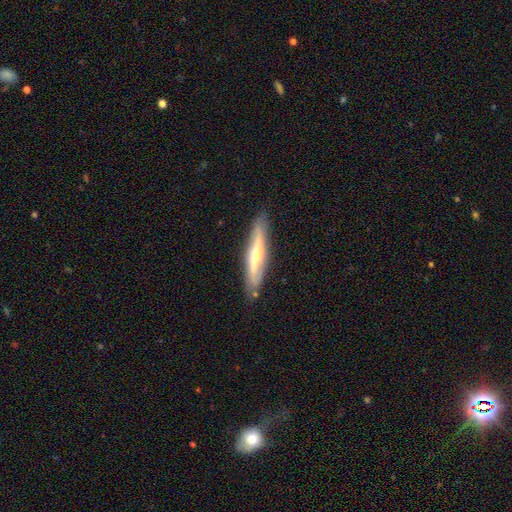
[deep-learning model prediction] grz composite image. It shows a featured or disk galaxy (56%) viewed edge-on (83%). Merging: none (85%).